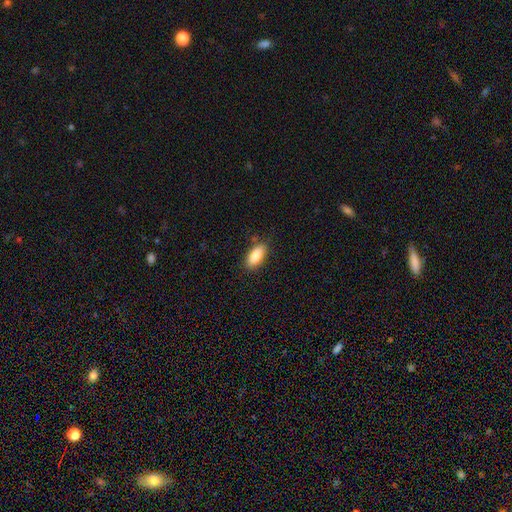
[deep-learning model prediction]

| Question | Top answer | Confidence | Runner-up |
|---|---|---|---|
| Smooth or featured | smooth | 86% | featured or disk (7%) |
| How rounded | in between | 86% | cigar-shaped (12%) |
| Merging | none | 85% | minor disturbance (11%) |